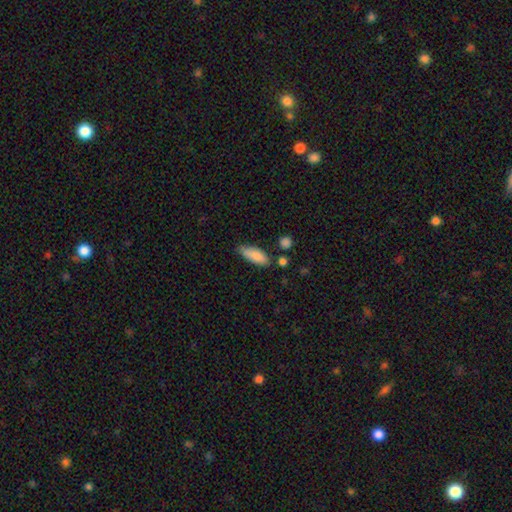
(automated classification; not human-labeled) smooth_or_featured: smooth (p=0.84) [alt: featured or disk p=0.09]
how_rounded: in between (p=0.71) [alt: cigar-shaped p=0.27]
merging: none (p=0.63) [alt: minor disturbance p=0.26]